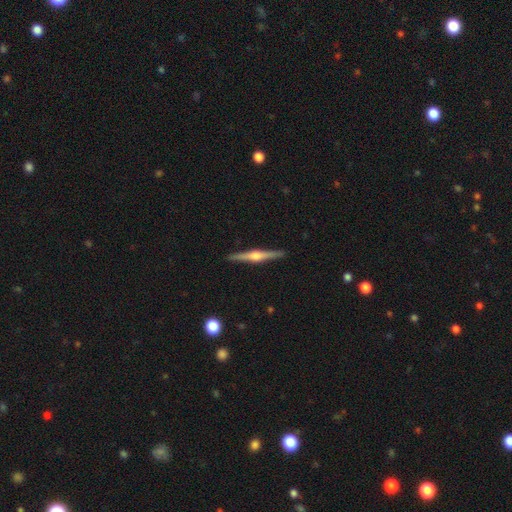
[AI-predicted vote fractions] The model was most divided on "smooth or featured": featured or disk: 79%, smooth: 15%, star or artifact: 5%. More confident: edge-on disk — yes (98%); merging — none (92%); edge-on bulge — rounded (90%).